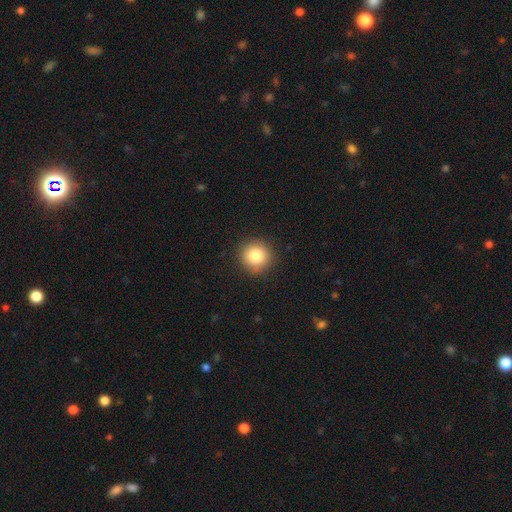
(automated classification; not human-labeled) A smooth galaxy with no disk features (83%) that is round (93%). Merging: none (90%).